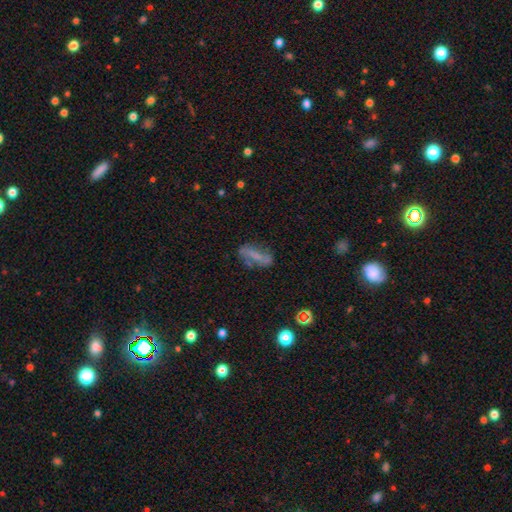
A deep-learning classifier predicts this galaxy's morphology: A featured or disk galaxy (47%). Merging: none (58%).